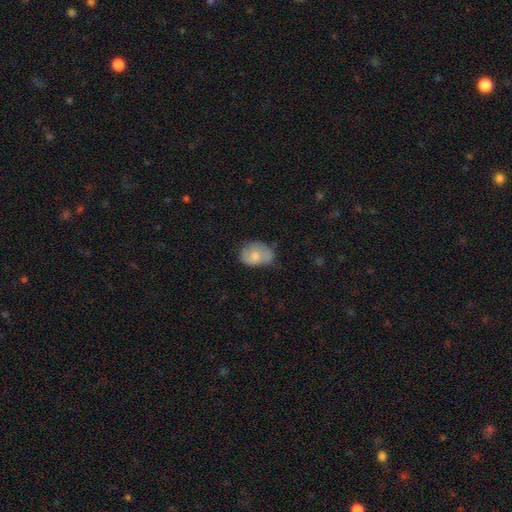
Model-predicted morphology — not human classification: Overall: smooth (72%). How rounded: in between (72%). Merging: none (52%; minor disturbance 36%).